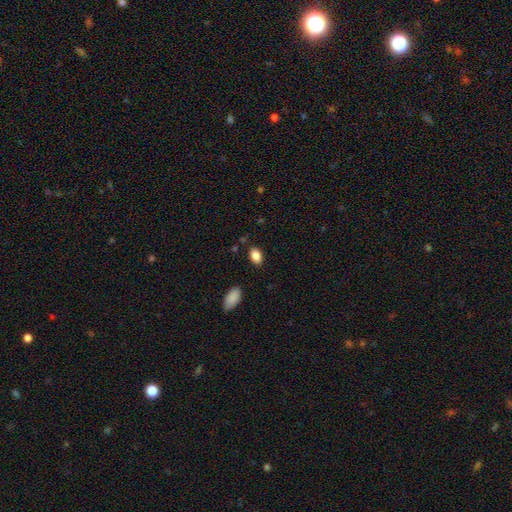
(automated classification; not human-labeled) This is clearly a smooth galaxy (87%). How rounded: clearly in between (87%). Merging: clearly none (85%).